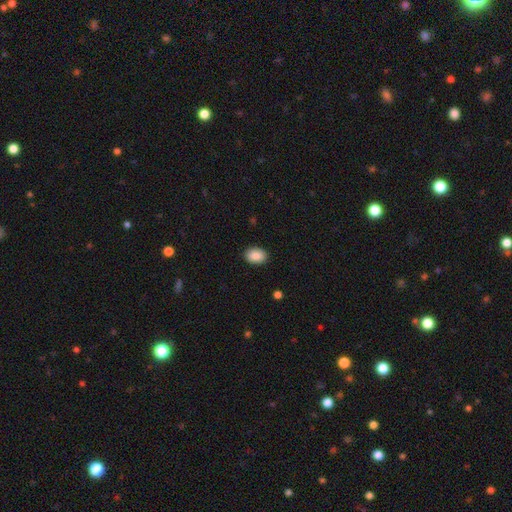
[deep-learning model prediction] Smooth or featured: smooth — 89% (star or artifact — 7%)
How rounded: in between — 78% (round — 21%)
Merging: none — 90% (minor disturbance — 7%)